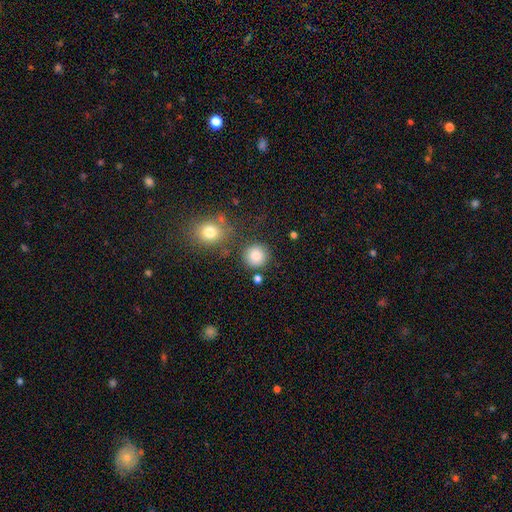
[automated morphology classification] This is clearly a smooth galaxy (85%). How rounded: clearly round (92%). Merging: clearly none (82%).